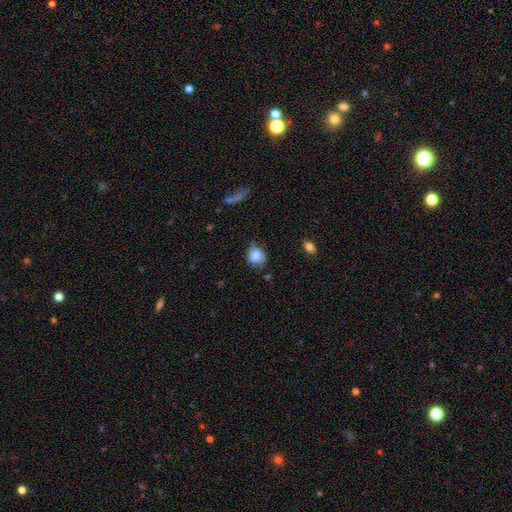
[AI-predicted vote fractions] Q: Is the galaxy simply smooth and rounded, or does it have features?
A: smooth — 71%.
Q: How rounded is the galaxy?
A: round — 57%.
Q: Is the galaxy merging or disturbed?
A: none — 54%.